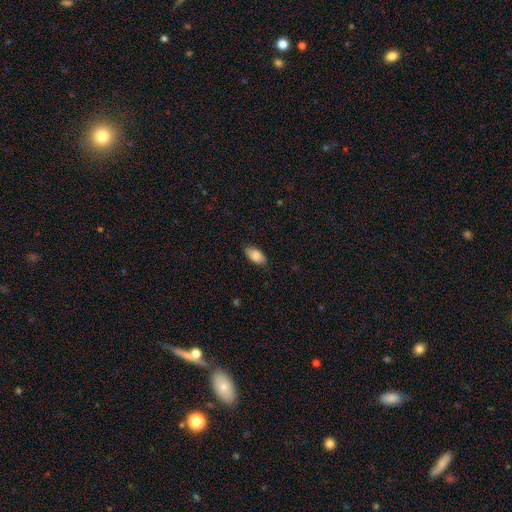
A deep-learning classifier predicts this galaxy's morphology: The model was most divided on "merging": none: 85%, minor disturbance: 11%, major disturbance: 2%, merger: 1%. More confident: how rounded — in between (93%); smooth or featured — smooth (86%).